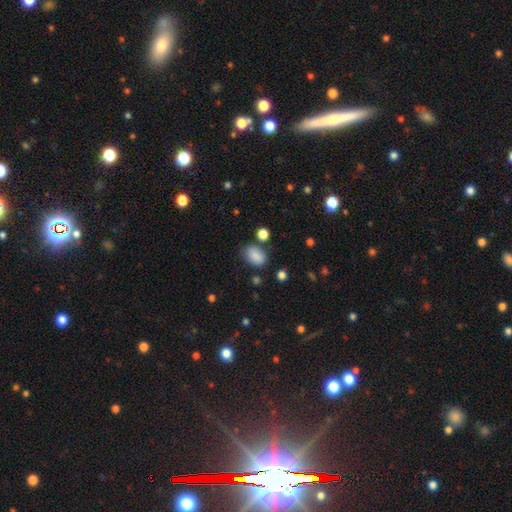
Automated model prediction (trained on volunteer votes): Smooth or featured: smooth — 85% (star or artifact — 9%)
How rounded: in between — 81% (round — 18%)
Merging: none — 74% (minor disturbance — 17%)